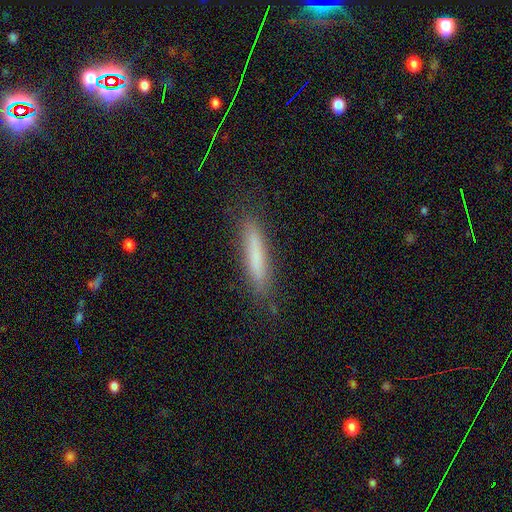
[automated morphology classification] This is likely a smooth galaxy (72%). How rounded: clearly cigar-shaped (92%). Merging: clearly none (84%).